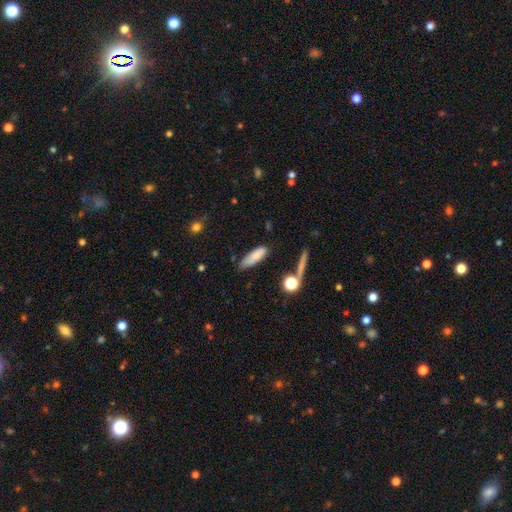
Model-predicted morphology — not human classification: smooth_or_featured: smooth (p=0.78) [alt: featured or disk p=0.13]
how_rounded: cigar-shaped (p=0.53) [alt: in between p=0.45]
merging: none (p=0.61) [alt: minor disturbance p=0.26]